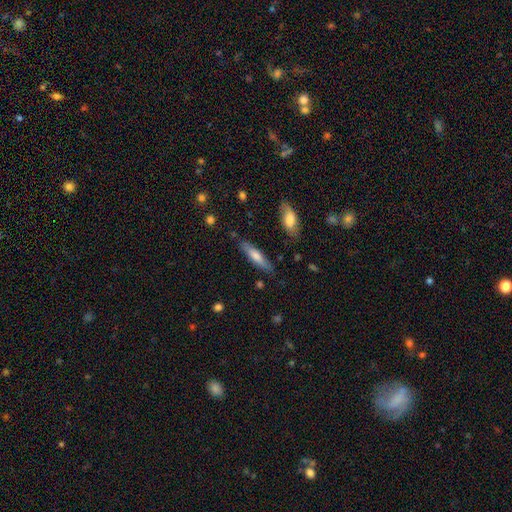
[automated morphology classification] smooth-or-featured: smooth: 53% | featured or disk: 40% | star or artifact: 7%
  how-rounded: cigar-shaped: 79% | in between: 19% | round: 2%
  merging: none: 84% | minor disturbance: 11% | merger: 2% | major disturbance: 2%